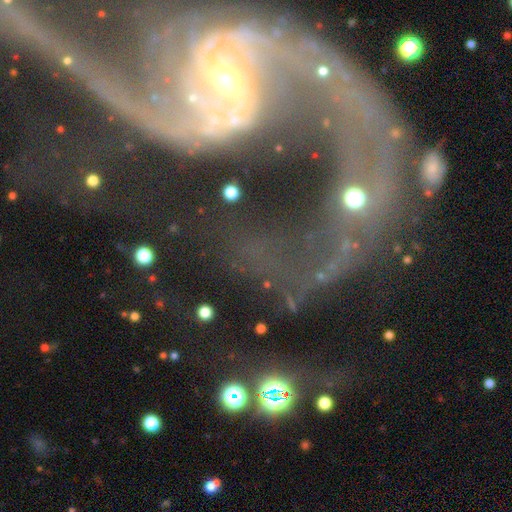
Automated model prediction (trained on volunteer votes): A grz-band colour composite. It shows a featured or disk galaxy (85%) with a weak bar (38%), 2 (83%) loose (66%) spiral arms (92%) and a small central bulge (67%). Merging: none (35%, tied with major disturbance).